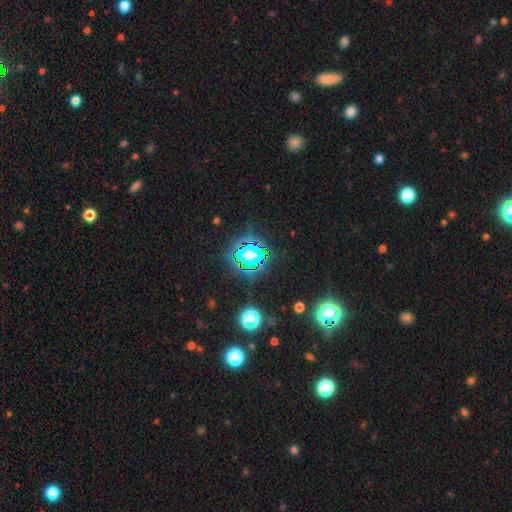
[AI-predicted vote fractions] Smooth or featured?
  - star or artifact: 79% *
  - smooth: 14%
  - featured or disk: 7%